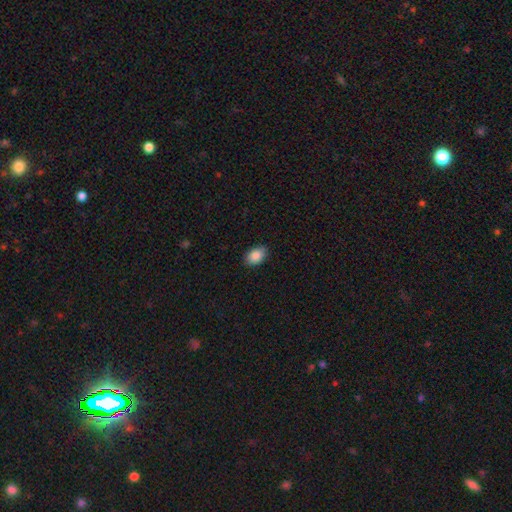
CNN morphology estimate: Q: Smooth or featured?
A: smooth (88%); runner-up: star or artifact (7%)
Q: How rounded?
A: in between (87%); runner-up: round (12%)
Q: Merging?
A: none (88%); runner-up: minor disturbance (9%)